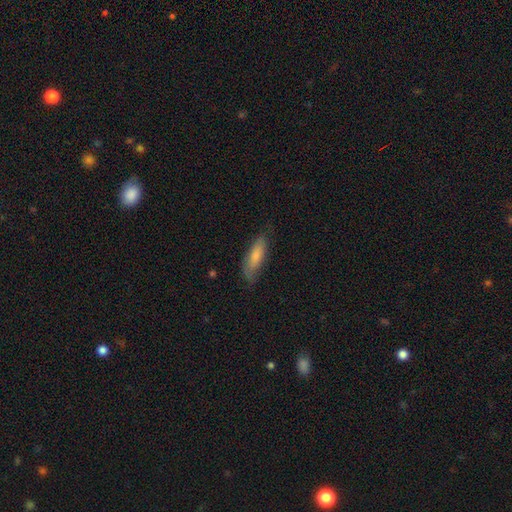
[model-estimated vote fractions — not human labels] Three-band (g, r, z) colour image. It shows a smooth galaxy with no disk features (77%) that is cigar-shaped (52%). Merging: none (74%).